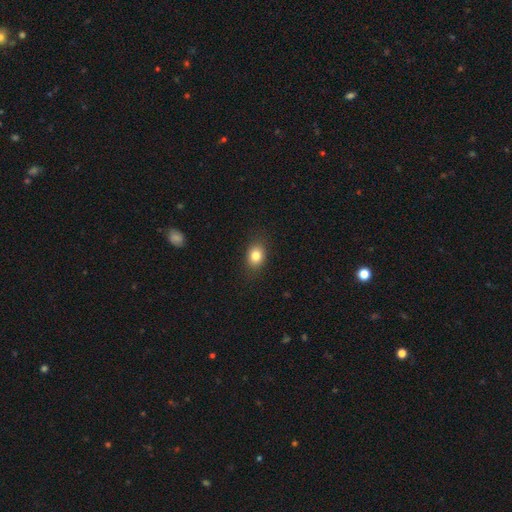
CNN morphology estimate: The model was most divided on "how rounded": in between: 60%, round: 39%, cigar-shaped: 1%. More confident: merging — none (87%); smooth or featured — smooth (81%).